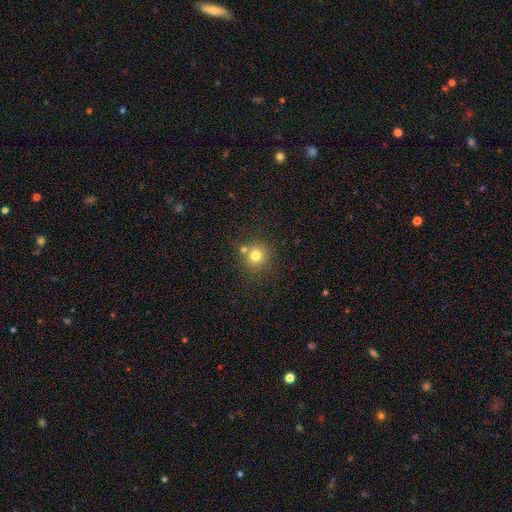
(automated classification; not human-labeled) Morphology: type=smooth (76%); roundness=round (91%); merging=none (71%).